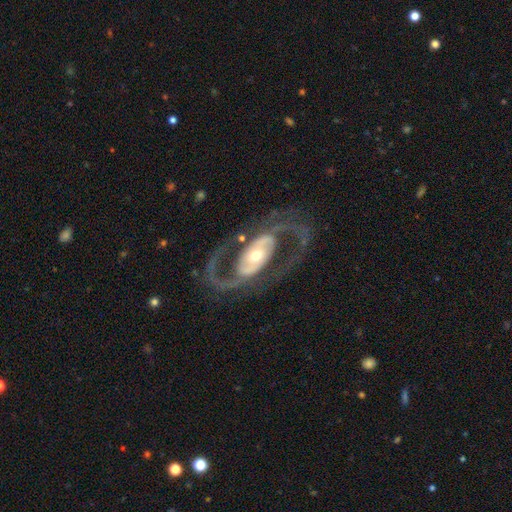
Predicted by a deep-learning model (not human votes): Smooth or featured?
  - featured or disk: 89% *
  - smooth: 6%
  - star or artifact: 4%
Edge-on disk?
  - no: 96% *
  - yes: 4%
Bar?
  - no: 44% *
  - weak: 29%
  - strong: 27%
Spiral arms?
  - yes: 91% *
  - no: 9%
Spiral winding?
  - medium: 53% *
  - loose: 32%
  - tight: 15%
Spiral arm count?
  - 2: 91% *
  - can't tell: 3%
  - 1: 2%
  - 3: 1%
  - 4: 1%
  - more than 4: 1%
Bulge size?
  - moderate: 65% *
  - small: 21%
  - large: 11%
  - dominant: 2%
  - none: 1%
Merging?
  - none: 75% *
  - major disturbance: 13%
  - minor disturbance: 11%
  - merger: 2%